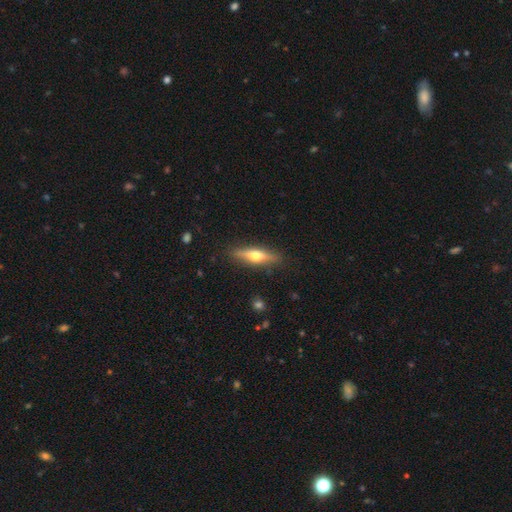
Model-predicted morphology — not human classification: Q: Smooth or featured?
A: featured or disk (53%); runner-up: smooth (41%)
Q: Edge-on disk?
A: yes (92%); runner-up: no (8%)
Q: Merging?
A: none (88%); runner-up: minor disturbance (9%)